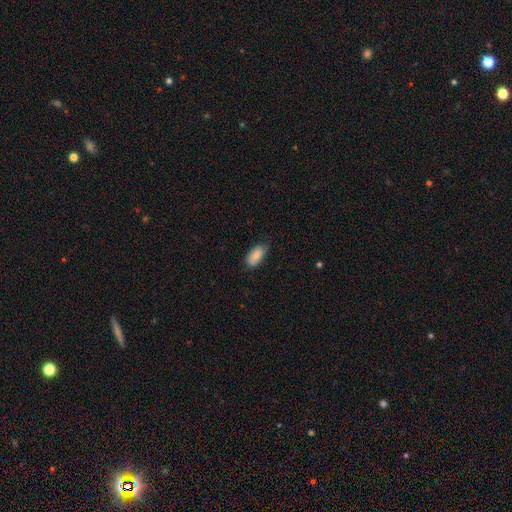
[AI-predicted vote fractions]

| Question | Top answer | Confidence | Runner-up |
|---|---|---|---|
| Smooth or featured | smooth | 84% | featured or disk (10%) |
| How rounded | in between | 92% | cigar-shaped (5%) |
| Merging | none | 62% | minor disturbance (31%) |